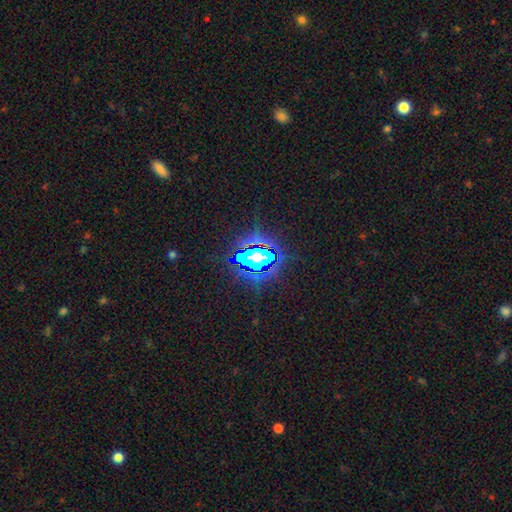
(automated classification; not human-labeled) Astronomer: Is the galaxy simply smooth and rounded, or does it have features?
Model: star or artifact — 80%.